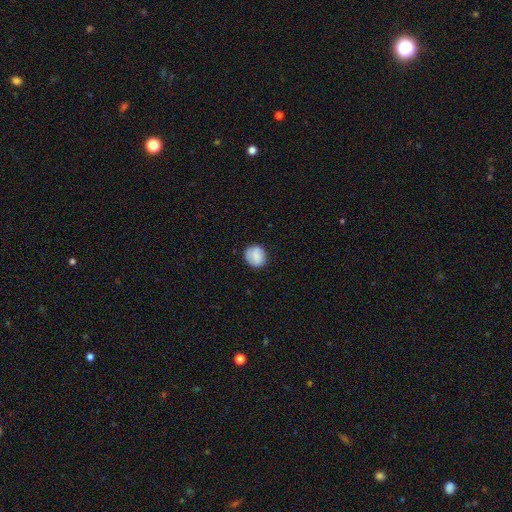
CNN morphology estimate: This is likely a smooth galaxy (77%). How rounded: likely round (80%). Merging: clearly none (81%).